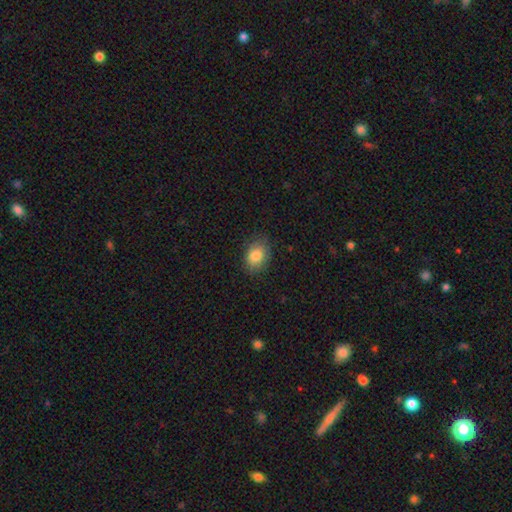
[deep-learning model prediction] Smooth or featured: smooth — 84% (star or artifact — 8%)
How rounded: in between — 71% (round — 28%)
Merging: none — 80% (minor disturbance — 16%)